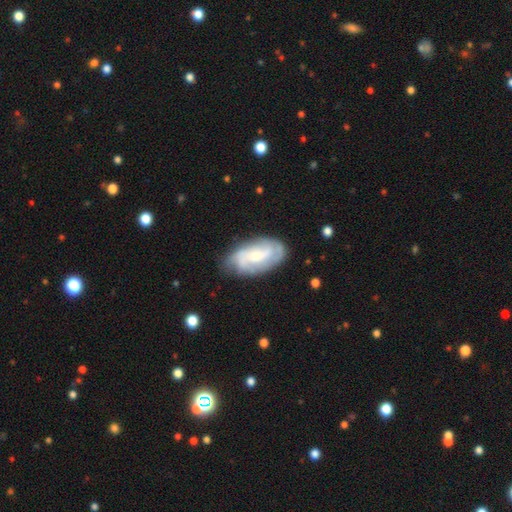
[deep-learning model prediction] Smooth or featured: featured or disk — 67% (smooth — 27%)
Edge-on disk: no — 95% (yes — 5%)
Bar: no — 45% (weak — 42%)
Spiral arms: yes — 87% (no — 13%)
Spiral winding: medium — 40% (tight — 38%)
Spiral arm count: 2 — 35% (can't tell — 33%)
Bulge size: small — 47% (moderate — 41%)
Merging: none — 71% (minor disturbance — 20%)